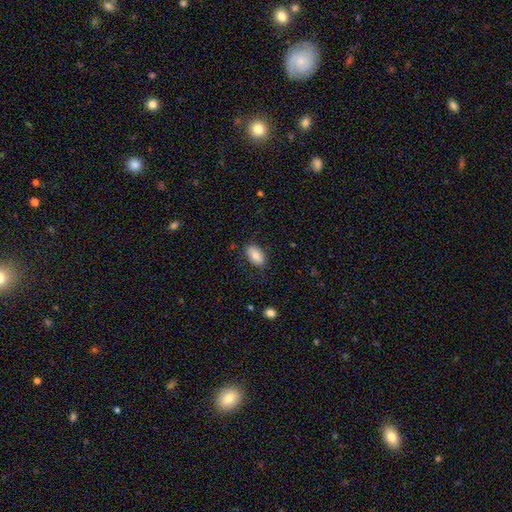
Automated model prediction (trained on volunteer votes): Smooth or featured?
  - smooth: 78% *
  - featured or disk: 14%
  - star or artifact: 8%
How rounded?
  - in between: 92% *
  - round: 6%
  - cigar-shaped: 2%
Merging?
  - none: 82% *
  - minor disturbance: 14%
  - major disturbance: 3%
  - merger: 1%